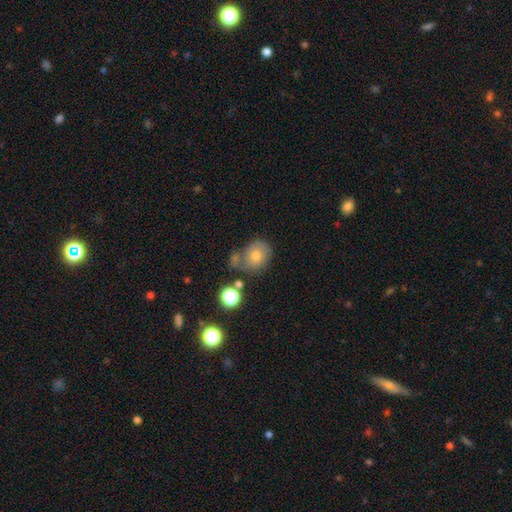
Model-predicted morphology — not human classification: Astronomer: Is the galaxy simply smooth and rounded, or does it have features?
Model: smooth — 62%.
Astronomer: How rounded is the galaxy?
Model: round — 63%.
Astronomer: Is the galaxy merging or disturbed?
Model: none — 50%.